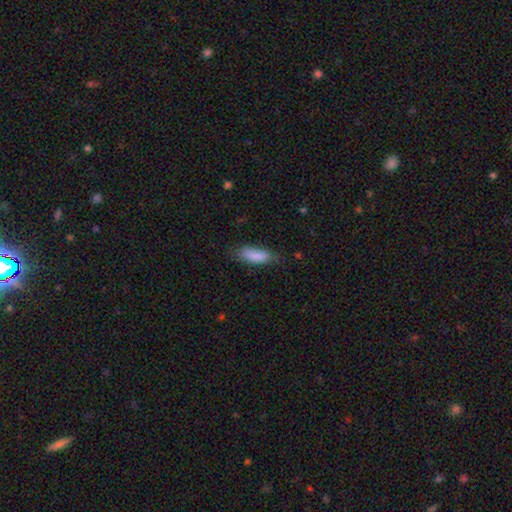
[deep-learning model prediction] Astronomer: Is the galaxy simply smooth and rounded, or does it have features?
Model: smooth — 86%.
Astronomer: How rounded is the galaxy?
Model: in between — 71%.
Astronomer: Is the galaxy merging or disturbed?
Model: none — 66%.